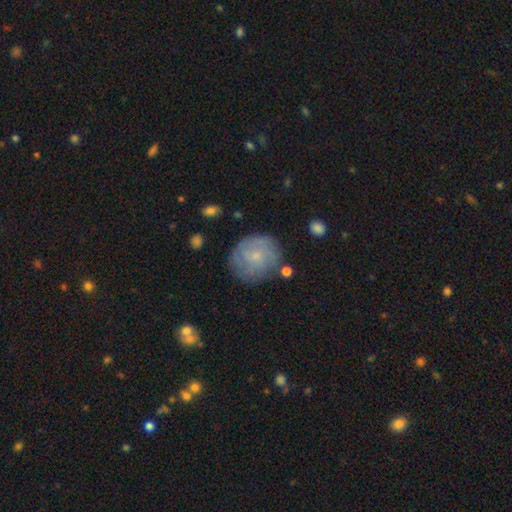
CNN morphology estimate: This is possibly a featured or disk galaxy (47%). Merging: likely none (73%).